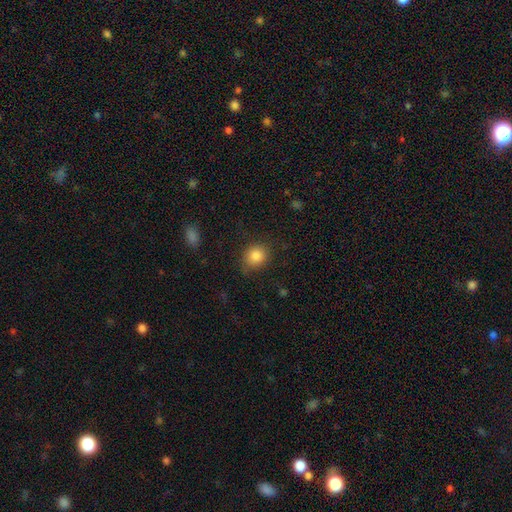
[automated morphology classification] A smooth galaxy with no disk features (85%) that is round (77%).

Vote fractions:
- Smooth or featured? smooth: 85% / star or artifact: 10% / featured or disk: 5%
- How rounded? round: 77% / in between: 22% / cigar-shaped: 1%
- Merging? none: 80% / minor disturbance: 14% / major disturbance: 4% / merger: 1%